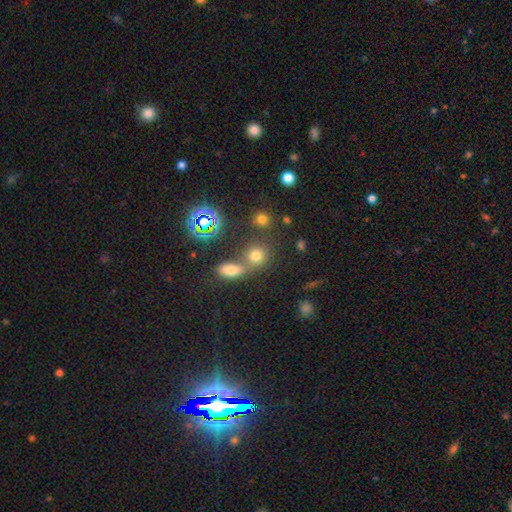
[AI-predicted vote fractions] Morphology: type=smooth (67%); roundness=round (74%); merging=none (53%).